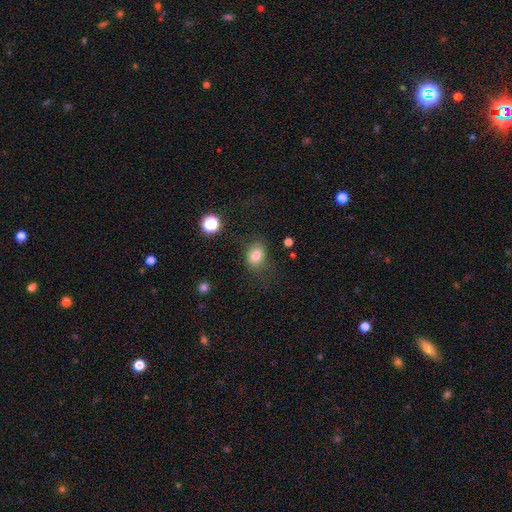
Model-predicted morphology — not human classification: Smooth or featured: smooth — 81% (star or artifact — 12%)
How rounded: in between — 64% (round — 35%)
Merging: none — 70% (minor disturbance — 19%)